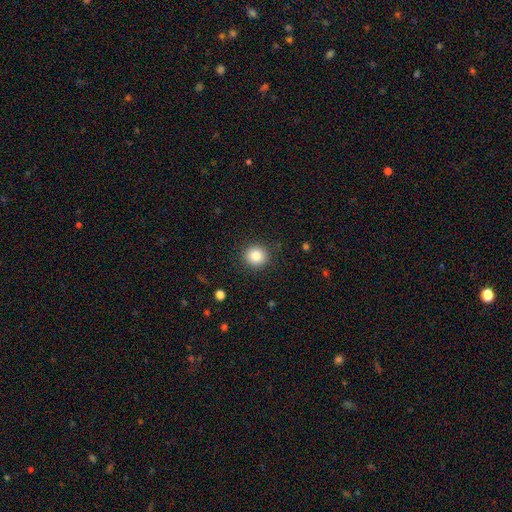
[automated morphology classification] Q: Smooth or featured?
A: smooth (83%); runner-up: star or artifact (10%)
Q: How rounded?
A: round (92%); runner-up: in between (7%)
Q: Merging?
A: none (90%); runner-up: minor disturbance (7%)